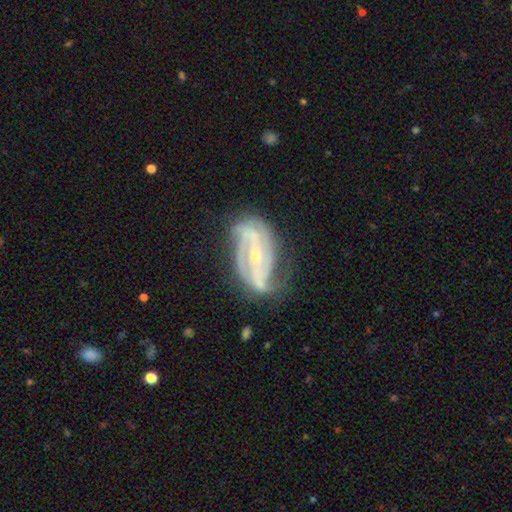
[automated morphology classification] Overall: featured or disk (88%). Edge-on disk: no (95%). Bar: strong (36%; weak 34%). Spiral arms: yes (96%). Spiral arm count: 2 (52%; 3 24%). Spiral winding: medium (45%; tight 37%). Bulge size: small (60%; moderate 37%). Merging: none (59%; minor disturbance 26%).